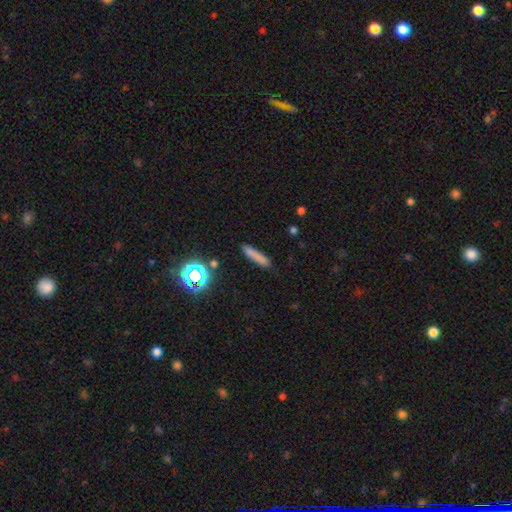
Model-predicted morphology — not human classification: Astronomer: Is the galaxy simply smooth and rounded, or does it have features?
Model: smooth — 75%.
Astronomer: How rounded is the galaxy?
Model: cigar-shaped — 89%.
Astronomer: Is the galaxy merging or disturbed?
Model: none — 85%.